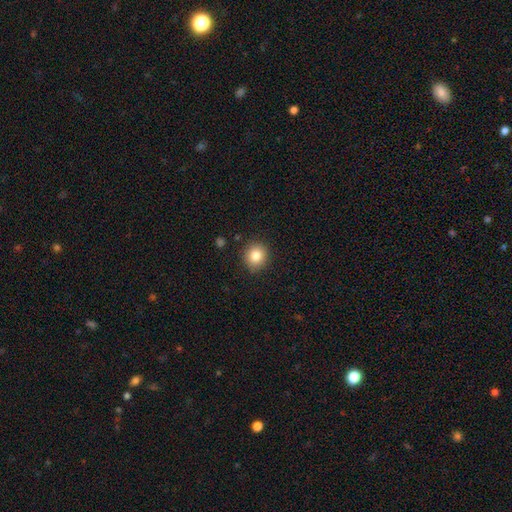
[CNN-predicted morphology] Smooth or featured? smooth (83%)
How rounded? round (85%)
Merging? none (89%)